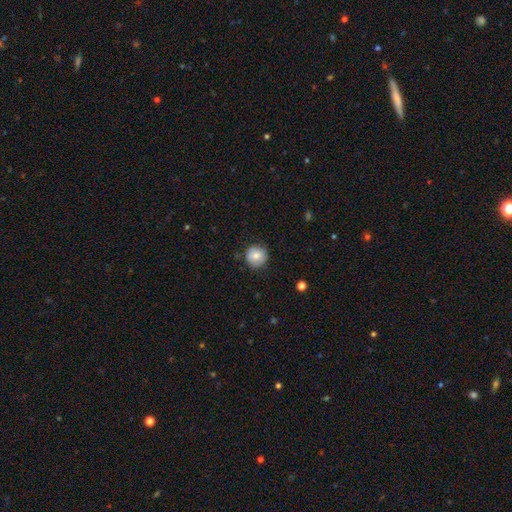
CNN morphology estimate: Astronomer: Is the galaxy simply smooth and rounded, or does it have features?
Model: smooth — 77%.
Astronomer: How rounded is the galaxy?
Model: round — 94%.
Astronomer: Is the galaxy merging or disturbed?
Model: none — 84%.